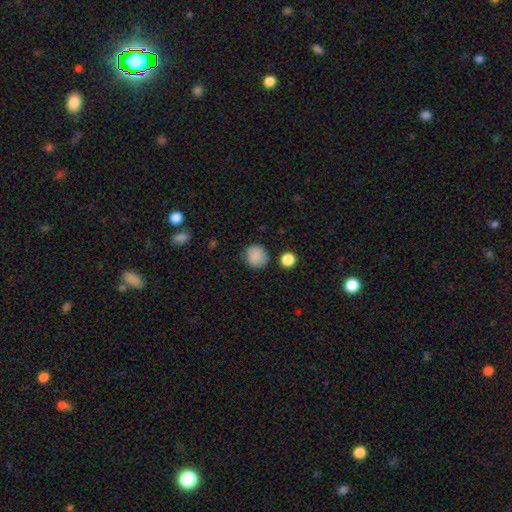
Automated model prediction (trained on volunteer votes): The model was most divided on "merging": none: 82%, minor disturbance: 11%, merger: 3%, major disturbance: 3%. More confident: how rounded — round (88%); smooth or featured — smooth (87%).